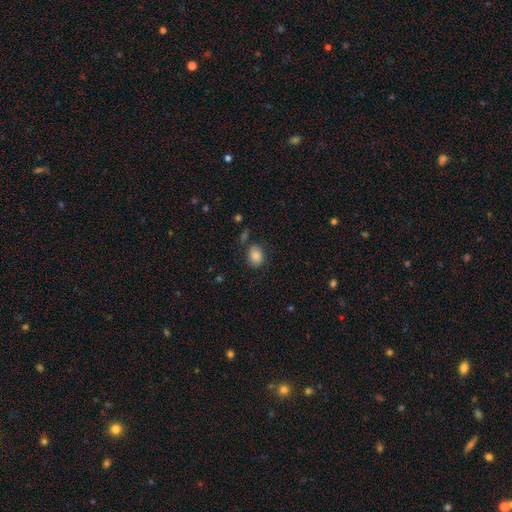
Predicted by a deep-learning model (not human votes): Smooth or featured?
  - smooth: 85% *
  - star or artifact: 9%
  - featured or disk: 6%
How rounded?
  - in between: 57% *
  - round: 42%
  - cigar-shaped: 1%
Merging?
  - none: 73% *
  - minor disturbance: 17%
  - major disturbance: 5%
  - merger: 5%